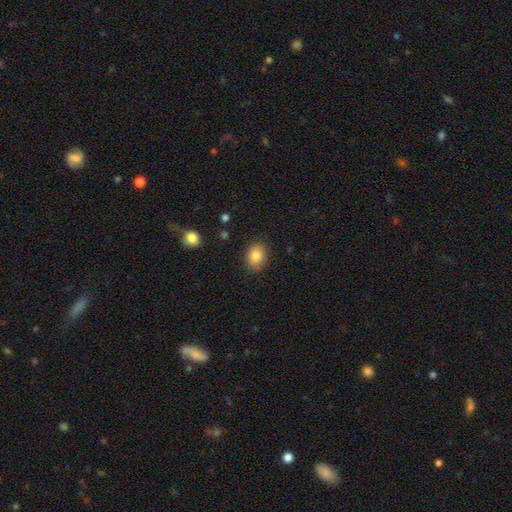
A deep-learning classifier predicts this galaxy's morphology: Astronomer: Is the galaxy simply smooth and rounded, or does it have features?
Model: smooth — 85%.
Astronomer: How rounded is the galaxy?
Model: in between — 68%.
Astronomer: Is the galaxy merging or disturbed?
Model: none — 85%.